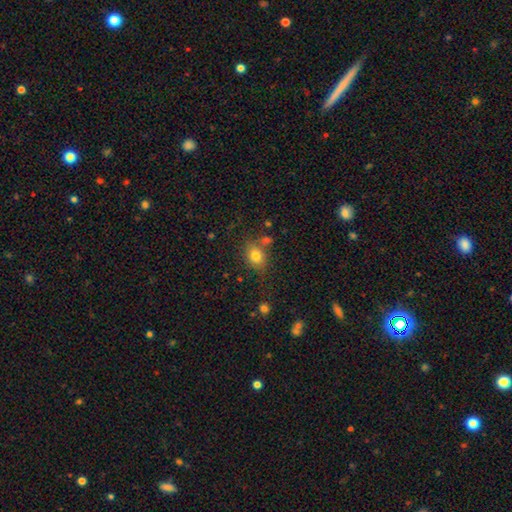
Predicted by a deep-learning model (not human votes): Overall: smooth (79%). How rounded: in between (58%; round 40%). Merging: none (68%).